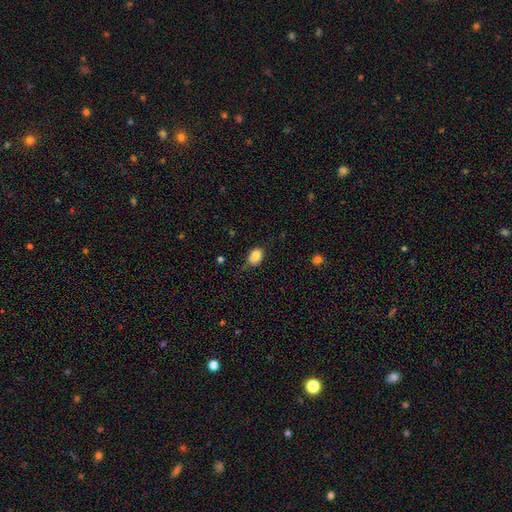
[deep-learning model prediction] smooth-or-featured: smooth: 85% | star or artifact: 9% | featured or disk: 6%
  how-rounded: in between: 73% | round: 26% | cigar-shaped: 1%
  merging: none: 70% | minor disturbance: 24% | major disturbance: 5% | merger: 2%